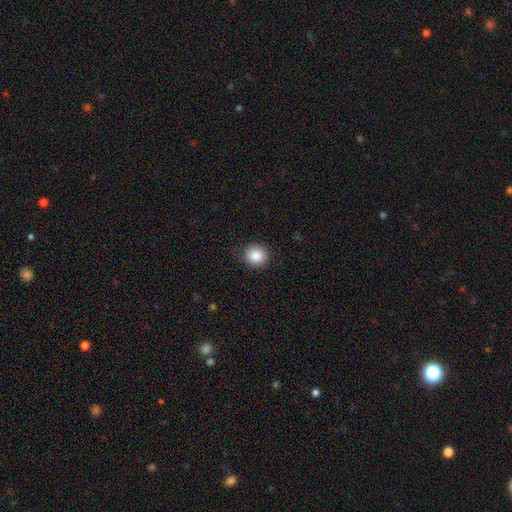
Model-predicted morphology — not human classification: This is clearly a smooth galaxy (87%). How rounded: clearly round (89%). Merging: clearly none (86%).